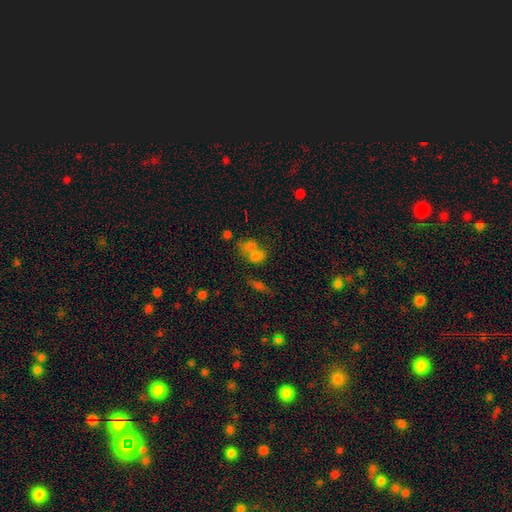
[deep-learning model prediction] Smooth or featured?
  - smooth: 67% *
  - star or artifact: 18%
  - featured or disk: 15%
How rounded?
  - in between: 58% *
  - round: 39%
  - cigar-shaped: 3%
Merging?
  - merger: 50% *
  - none: 31%
  - minor disturbance: 11%
  - major disturbance: 8%